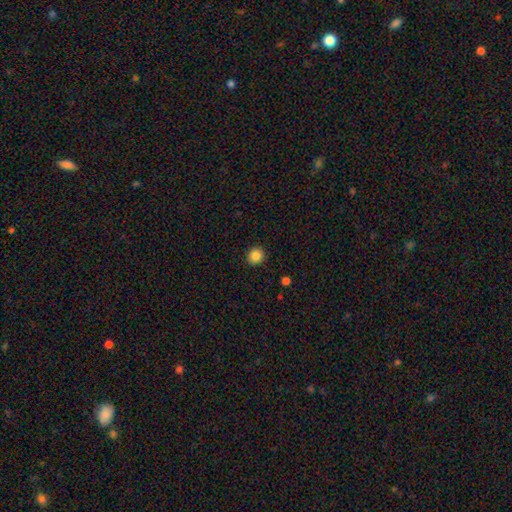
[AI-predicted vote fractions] The model was most divided on "smooth or featured": smooth: 85%, star or artifact: 11%, featured or disk: 4%. More confident: merging — none (92%); how rounded — round (92%).